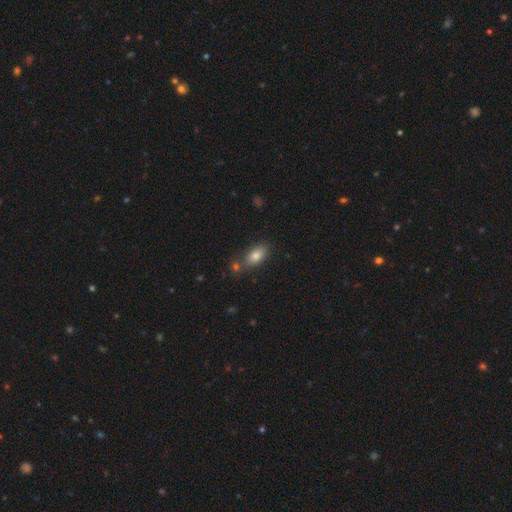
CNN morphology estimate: smooth-or-featured: smooth: 81% | featured or disk: 9% | star or artifact: 9%
  how-rounded: in between: 87% | round: 8% | cigar-shaped: 5%
  merging: none: 65% | merger: 16% | minor disturbance: 15% | major disturbance: 4%